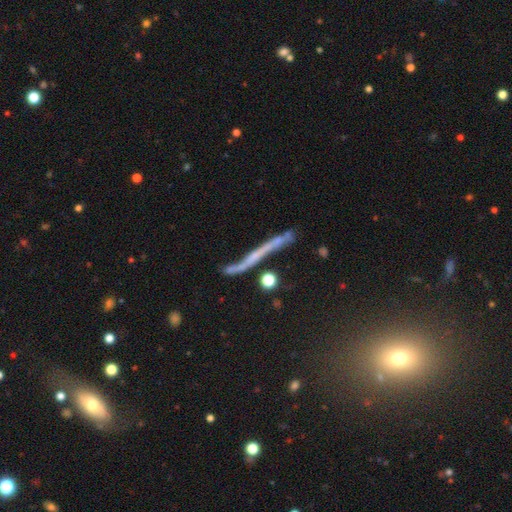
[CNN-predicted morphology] featured or disk 60%, smooth 28%, star or artifact 12%. Down the decision tree: edge-on disk — yes (82%); merging — none (57%).